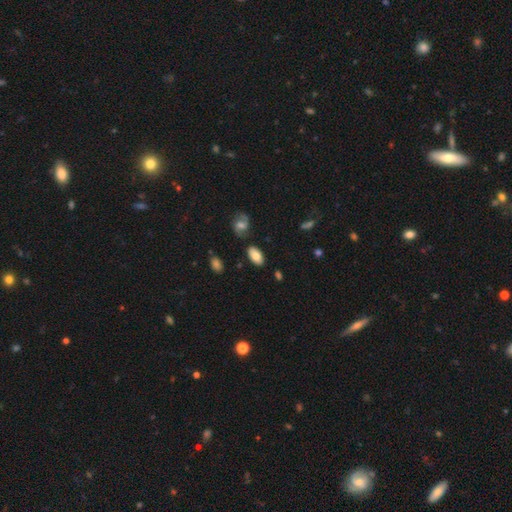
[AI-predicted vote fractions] A smooth galaxy with no disk features (78%) that is in between round and cigar-shaped (94%).

Vote fractions:
- Smooth or featured? smooth: 78% / featured or disk: 15% / star or artifact: 8%
- How rounded? in between: 94% / round: 3% / cigar-shaped: 2%
- Merging? none: 82% / minor disturbance: 12% / merger: 4% / major disturbance: 3%